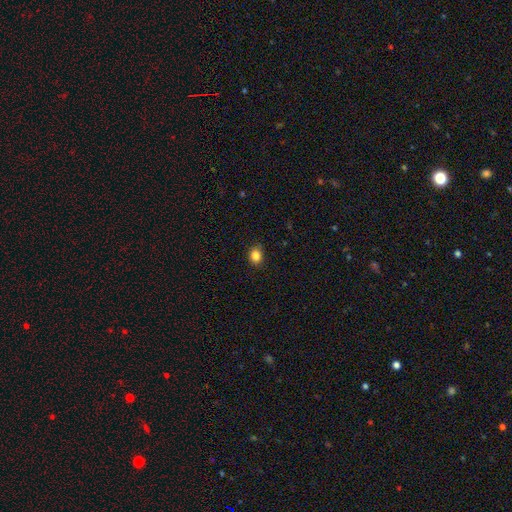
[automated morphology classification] Q: Smooth or featured?
A: smooth (85%); runner-up: star or artifact (11%)
Q: How rounded?
A: round (56%); runner-up: in between (43%)
Q: Merging?
A: none (87%); runner-up: minor disturbance (10%)